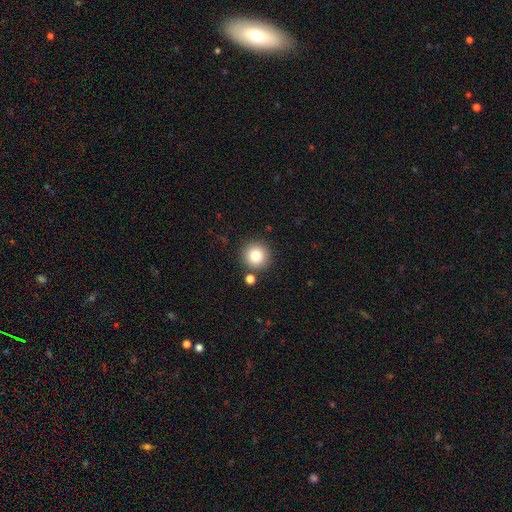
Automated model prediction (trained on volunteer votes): This is clearly a smooth galaxy (82%). How rounded: clearly round (95%). Merging: clearly none (85%).